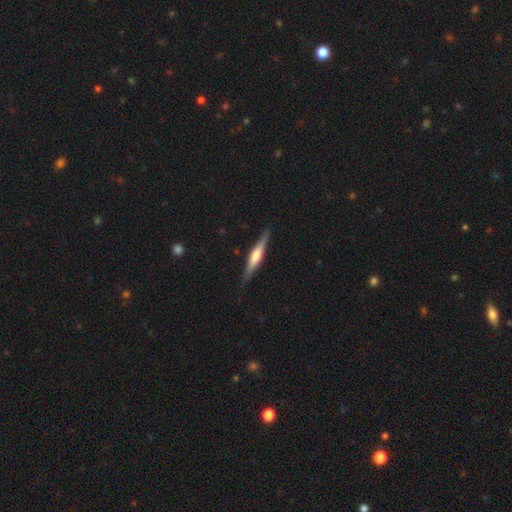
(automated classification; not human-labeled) Smooth or featured?
  - featured or disk: 57% *
  - smooth: 38%
  - star or artifact: 5%
Edge-on disk?
  - yes: 96% *
  - no: 4%
Edge-on bulge?
  - rounded: 66% *
  - boxy: 21%
  - none: 13%
Merging?
  - none: 87% *
  - minor disturbance: 10%
  - major disturbance: 2%
  - merger: 1%